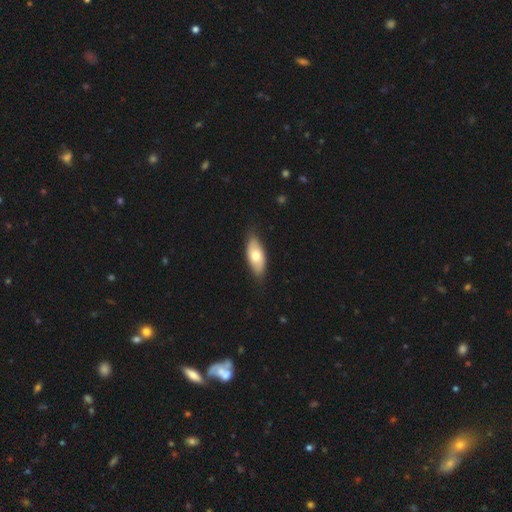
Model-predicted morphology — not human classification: type=smooth (66%); roundness=in between (87%); merging=none (81%).